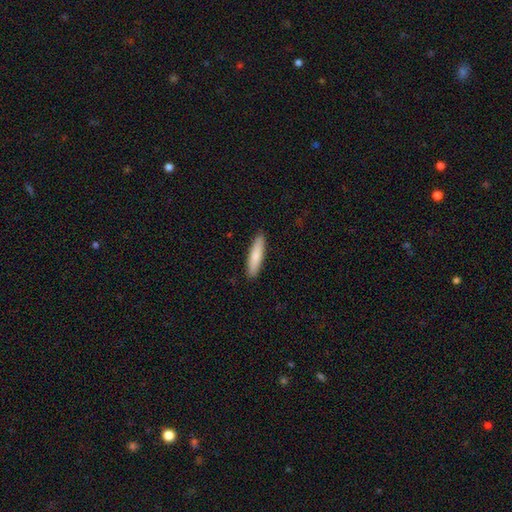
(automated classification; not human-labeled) Morphology: type=smooth (80%); roundness=cigar-shaped (82%); merging=none (91%).